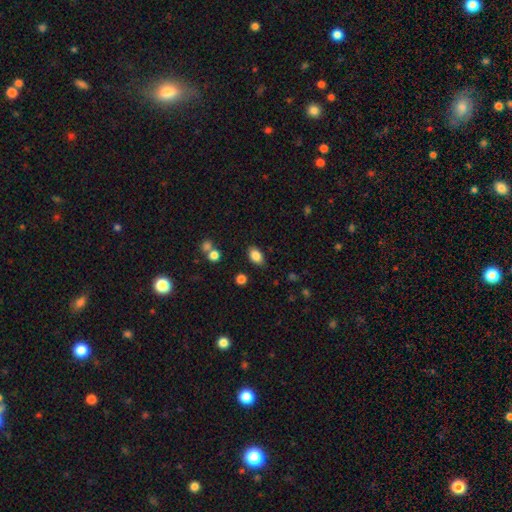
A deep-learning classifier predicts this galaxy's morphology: A smooth galaxy with no disk features (85%) that is in between round and cigar-shaped (86%).

Vote fractions:
- Smooth or featured? smooth: 85% / star or artifact: 9% / featured or disk: 6%
- How rounded? in between: 86% / round: 13% / cigar-shaped: 2%
- Merging? none: 82% / minor disturbance: 12% / major disturbance: 3% / merger: 3%